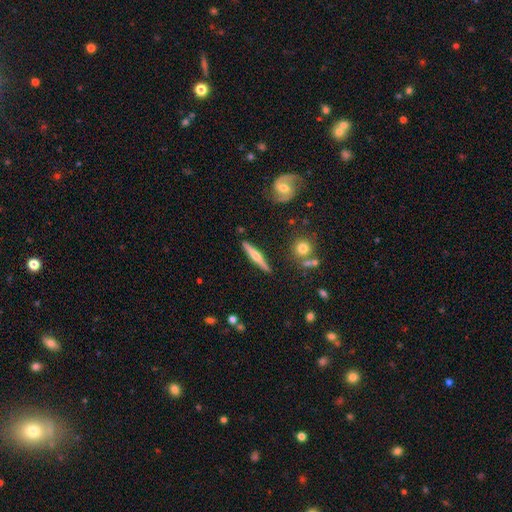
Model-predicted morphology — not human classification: This appears to be a featured or disk galaxy (67%) viewed edge-on (97%) with a rounded central bulge (88%). Merging: none (89%).